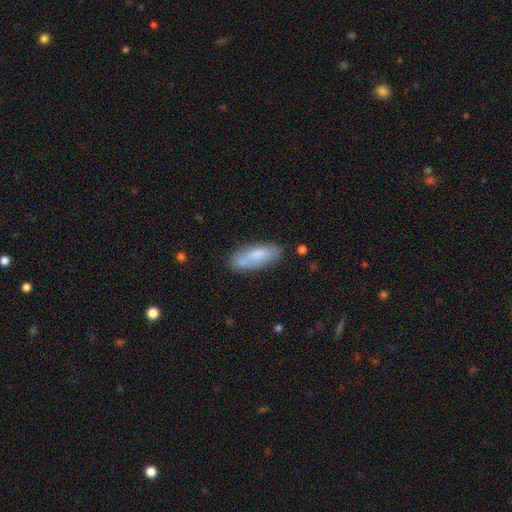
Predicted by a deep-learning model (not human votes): This is likely a smooth galaxy (75%). How rounded: likely in between (66%). Merging: likely none (65%).